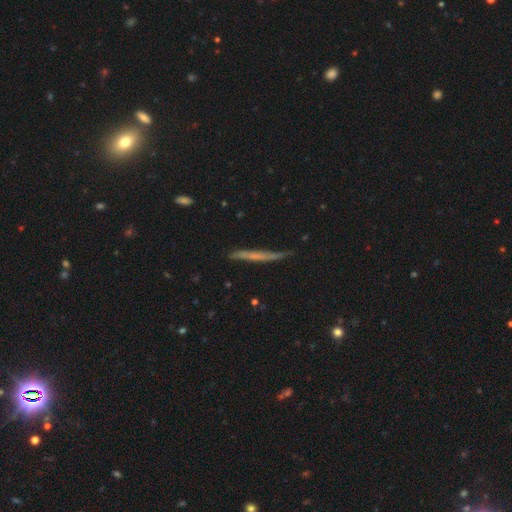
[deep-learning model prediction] Smooth or featured? featured or disk (51%)
Edge-on disk? yes (93%)
Merging? none (75%)